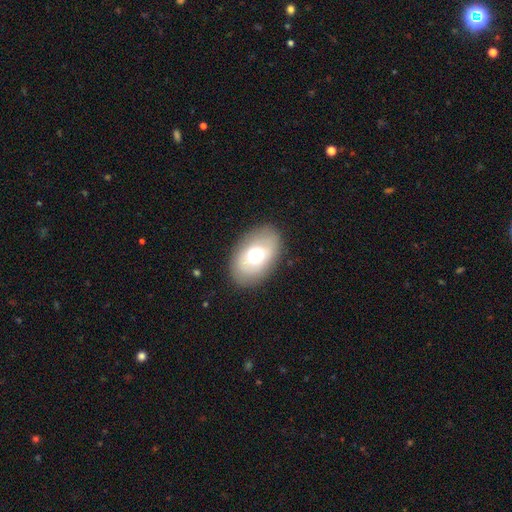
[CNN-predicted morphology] Smooth or featured?
  - smooth: 65% *
  - featured or disk: 28%
  - star or artifact: 7%
How rounded?
  - in between: 88% *
  - round: 11%
  - cigar-shaped: 1%
Merging?
  - none: 85% *
  - minor disturbance: 10%
  - major disturbance: 4%
  - merger: 1%